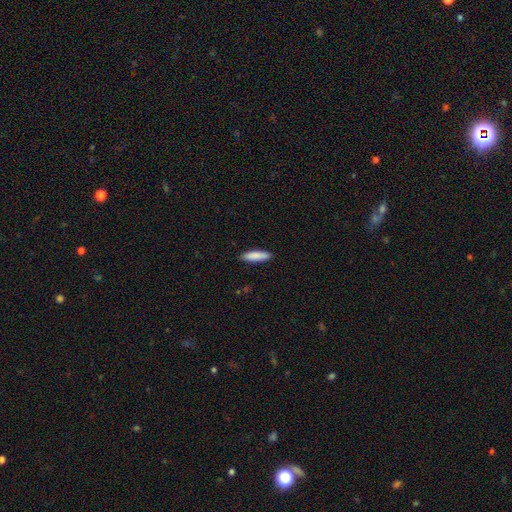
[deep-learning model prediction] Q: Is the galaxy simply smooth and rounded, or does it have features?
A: smooth — 87%.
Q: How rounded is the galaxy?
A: cigar-shaped — 67%.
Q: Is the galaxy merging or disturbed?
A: none — 88%.